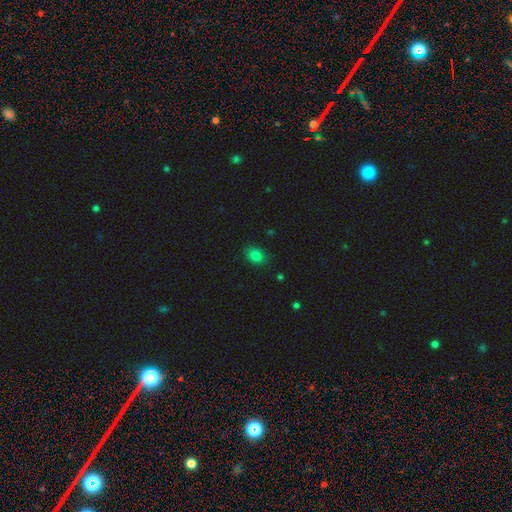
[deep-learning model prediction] Morphology: type=smooth (83%); roundness=in between (66%); merging=none (83%).